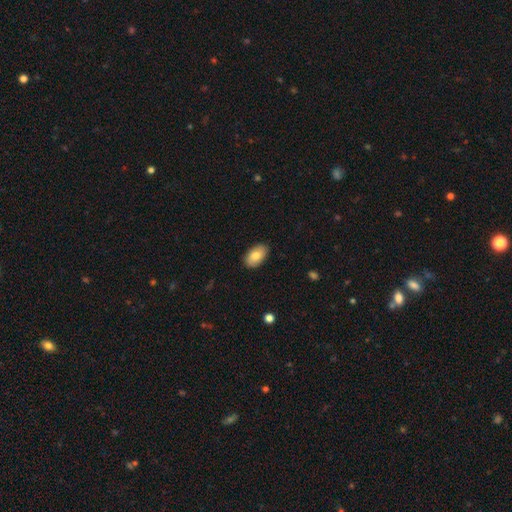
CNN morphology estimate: smooth 82%, featured or disk 12%, star or artifact 7%. Down the decision tree: how rounded — in between (94%); merging — none (88%).